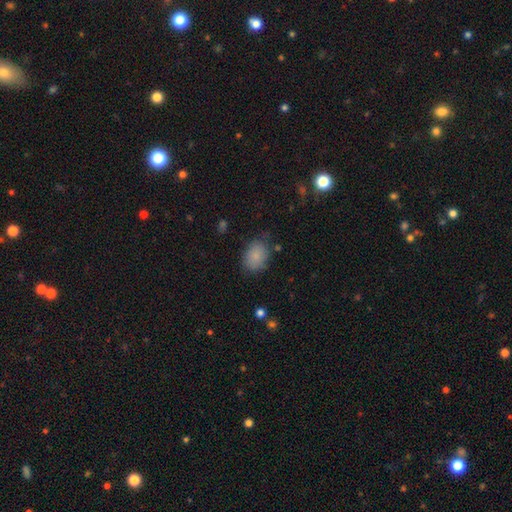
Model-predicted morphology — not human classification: smooth 85%, star or artifact 8%, featured or disk 7%. Down the decision tree: how rounded — in between (72%); merging — none (74%).